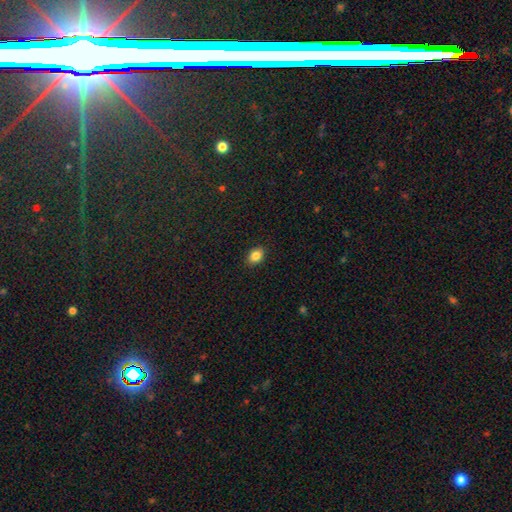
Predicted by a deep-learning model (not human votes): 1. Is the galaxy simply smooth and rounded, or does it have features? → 85% smooth, 10% star or artifact, 5% featured or disk.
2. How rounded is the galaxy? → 75% in between, 24% round, 1% cigar-shaped.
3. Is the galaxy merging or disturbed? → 89% none, 8% minor disturbance, 2% major disturbance, 1% merger.